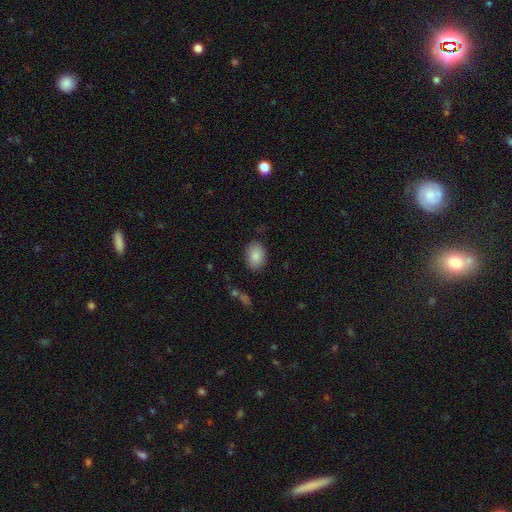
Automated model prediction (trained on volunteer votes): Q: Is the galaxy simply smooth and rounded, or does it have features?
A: smooth — 86%.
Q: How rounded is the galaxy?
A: in between — 78%.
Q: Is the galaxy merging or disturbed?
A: none — 84%.